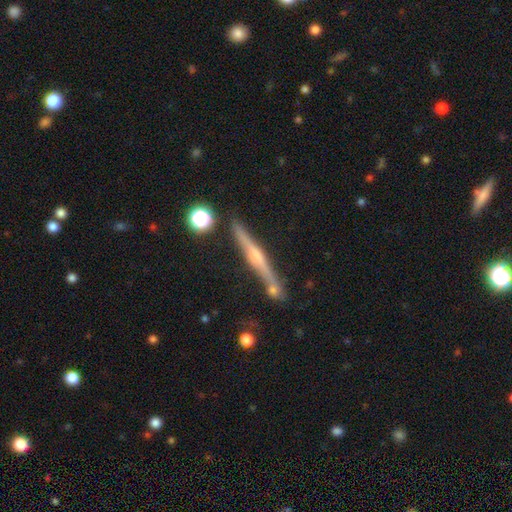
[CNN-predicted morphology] smooth_or_featured: featured or disk (p=0.73) [alt: smooth p=0.20]
disk_edge_on: yes (p=0.97) [alt: no p=0.03]
edge_on_bulge: rounded (p=0.72) [alt: none p=0.16]
merging: none (p=0.78) [alt: minor disturbance p=0.11]